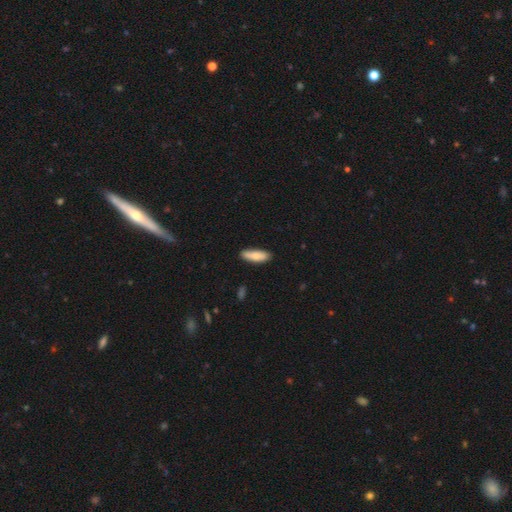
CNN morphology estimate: Smooth or featured: smooth — 81% (featured or disk — 13%)
How rounded: in between — 57% (cigar-shaped — 41%)
Merging: none — 81% (minor disturbance — 15%)